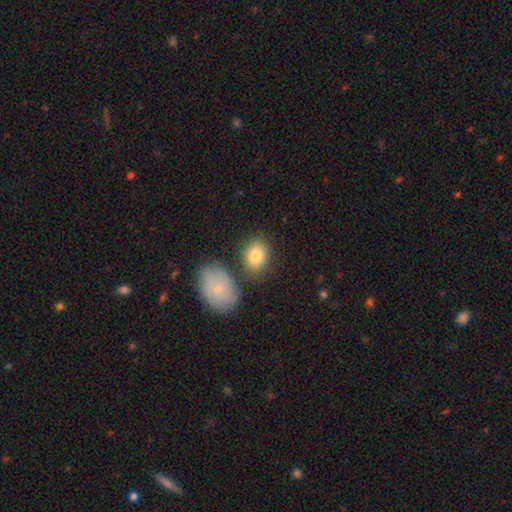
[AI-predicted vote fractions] Morphology: type=smooth (81%); roundness=in between (67%); merging=none (70%).